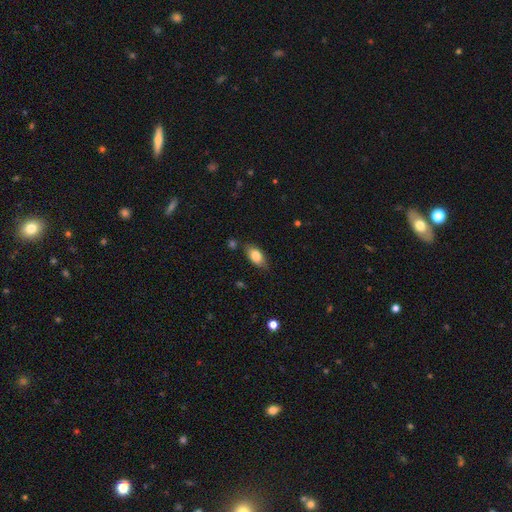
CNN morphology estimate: This is clearly a smooth galaxy (82%). How rounded: clearly in between (90%). Merging: likely none (78%).